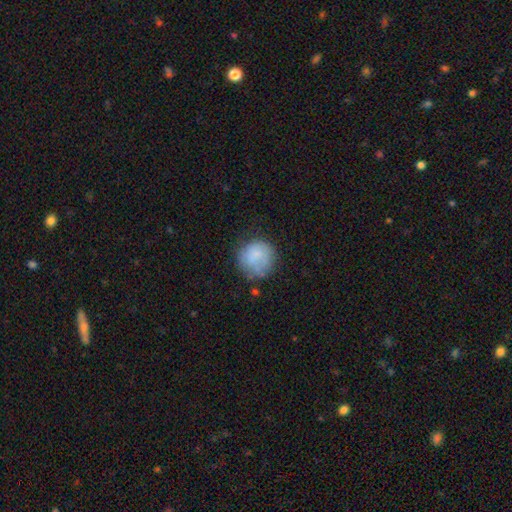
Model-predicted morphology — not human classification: smooth_or_featured: smooth (p=0.76) [alt: featured or disk p=0.16]
how_rounded: round (p=0.90) [alt: in between p=0.09]
merging: none (p=0.59) [alt: minor disturbance p=0.25]